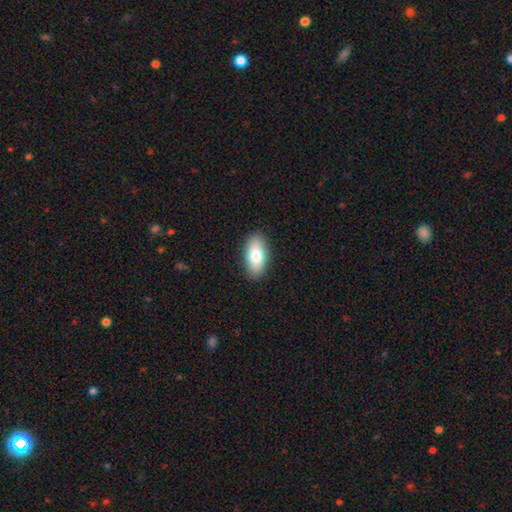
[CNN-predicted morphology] A smooth galaxy with no disk features (80%) that is in between round and cigar-shaped (90%). Merging: none (89%).